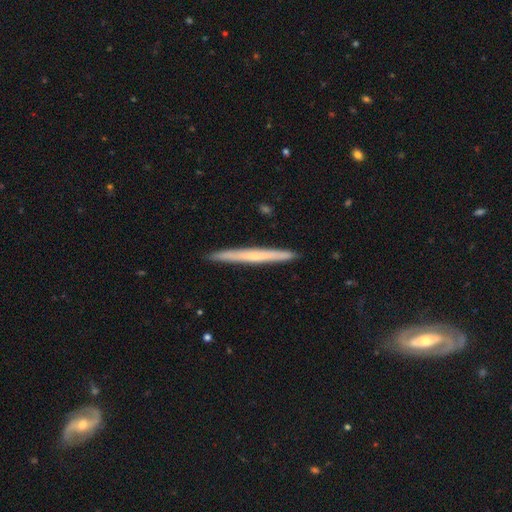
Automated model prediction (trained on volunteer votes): featured or disk 51%, smooth 43%, star or artifact 6%. Down the decision tree: edge-on disk — yes (97%); merging — none (92%).